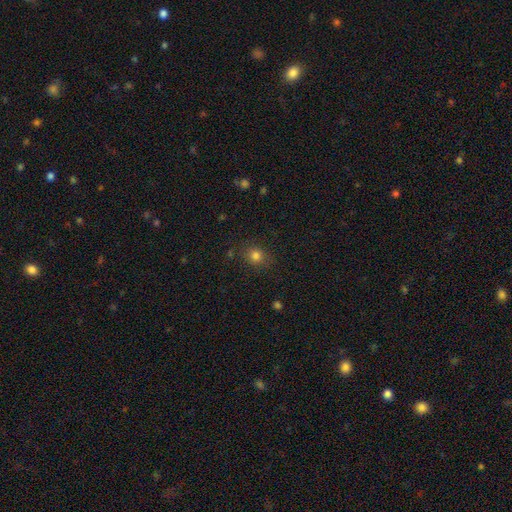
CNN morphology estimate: Smooth or featured? Predicted: smooth (p=0.80). How rounded? Predicted: round (p=0.78). Merging? Predicted: none (p=0.84).